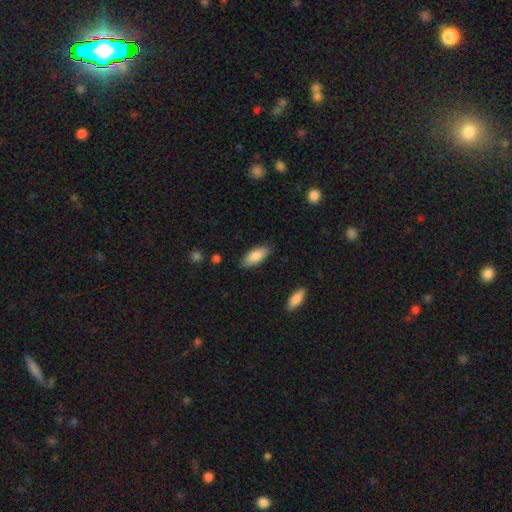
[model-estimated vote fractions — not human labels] Smooth or featured? Predicted: smooth (p=0.84). How rounded? Predicted: in between (p=0.86). Merging? Predicted: none (p=0.85).